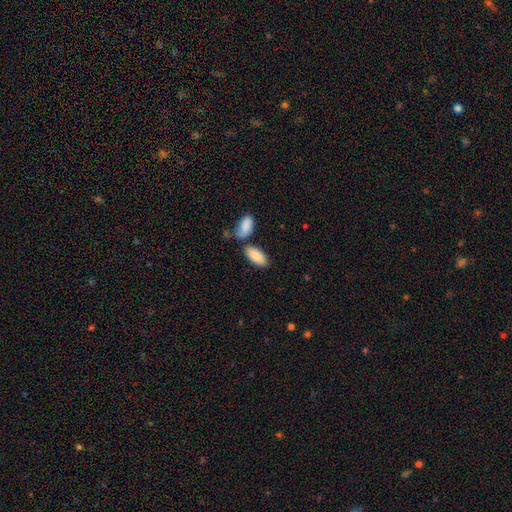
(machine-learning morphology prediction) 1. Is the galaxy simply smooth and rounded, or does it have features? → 87% smooth, 7% featured or disk, 6% star or artifact.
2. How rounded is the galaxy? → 89% in between, 9% cigar-shaped, 2% round.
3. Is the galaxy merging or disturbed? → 63% none, 20% merger, 13% minor disturbance, 4% major disturbance.